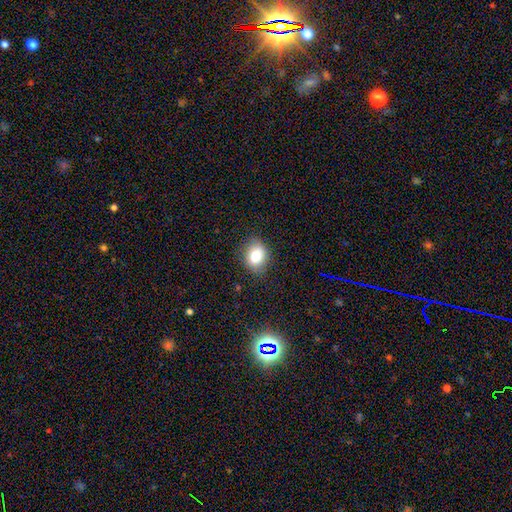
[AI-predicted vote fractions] Morphology: type=smooth (83%); roundness=in between (56%); merging=none (80%).